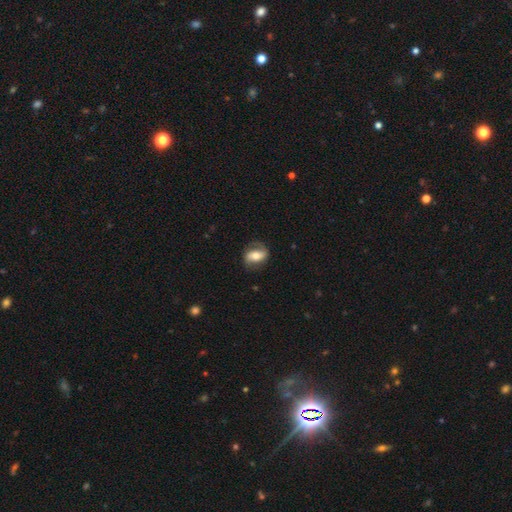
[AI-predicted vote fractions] smooth_or_featured: featured or disk (p=0.60) [alt: smooth p=0.33]
disk_edge_on: no (p=0.94) [alt: yes p=0.06]
bar: strong (p=0.38) [alt: no p=0.32]
has_spiral_arms: yes (p=0.82) [alt: no p=0.18]
bulge_size: moderate (p=0.67) [alt: small p=0.20]
merging: none (p=0.75) [alt: minor disturbance p=0.17]